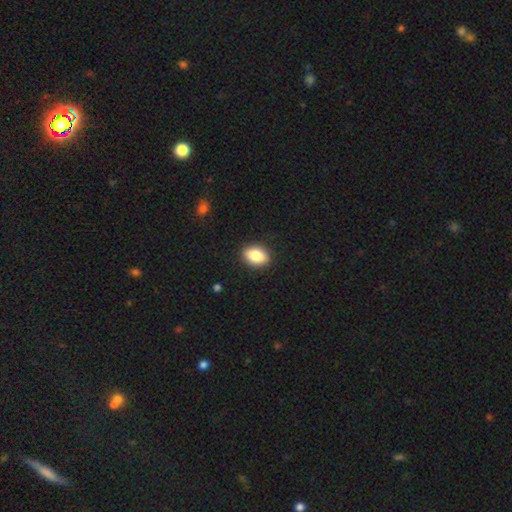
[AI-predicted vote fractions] Q: Smooth or featured?
A: smooth (84%); runner-up: featured or disk (8%)
Q: How rounded?
A: in between (81%); runner-up: round (18%)
Q: Merging?
A: none (89%); runner-up: minor disturbance (8%)